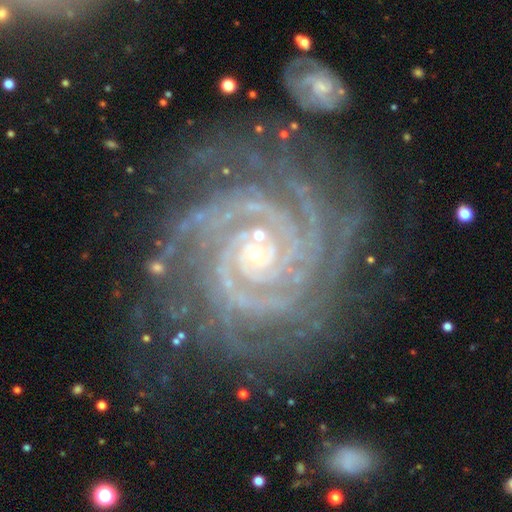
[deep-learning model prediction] This appears to be a featured or disk galaxy (92%) with no bar (67%), 2 (30%) tight (86%) spiral arms (99%) and a small central bulge (79%). Merging: none (68%).